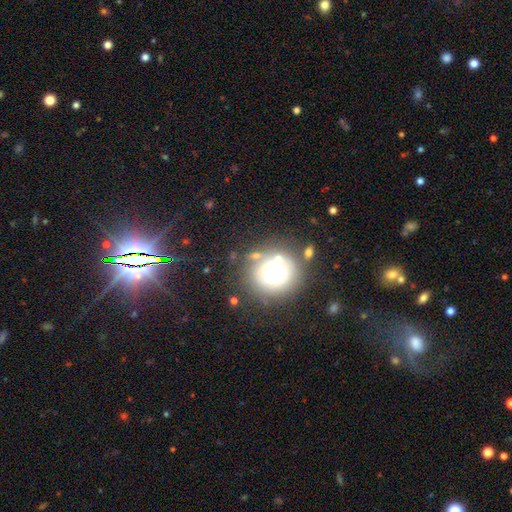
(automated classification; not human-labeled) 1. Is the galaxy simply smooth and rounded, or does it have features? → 50% smooth, 27% featured or disk, 22% star or artifact.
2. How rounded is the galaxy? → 84% round, 15% in between, 1% cigar-shaped.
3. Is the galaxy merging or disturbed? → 64% none, 17% minor disturbance, 10% major disturbance, 10% merger.